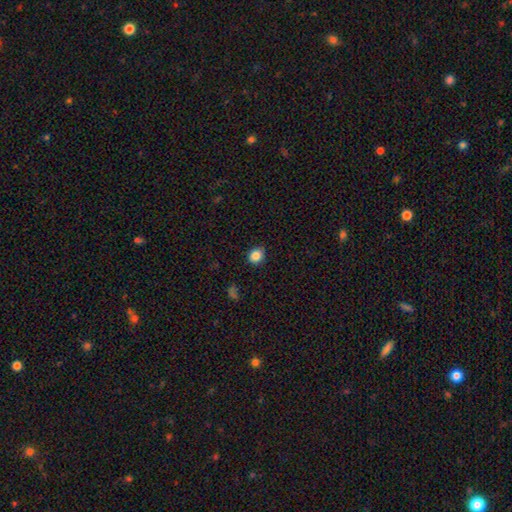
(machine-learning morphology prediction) type=smooth (85%); roundness=round (71%); merging=none (87%).